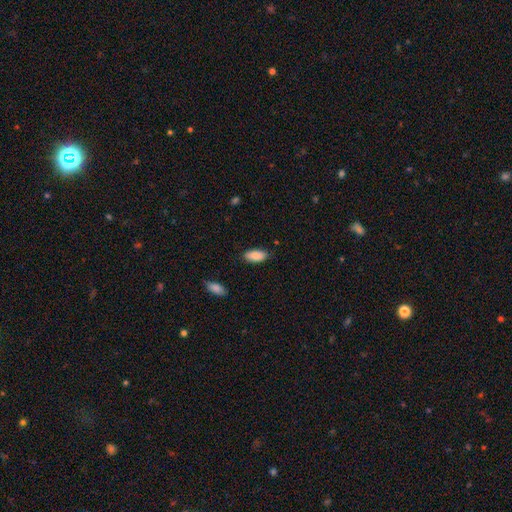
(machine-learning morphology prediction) type=smooth (87%); roundness=in between (89%); merging=none (83%).